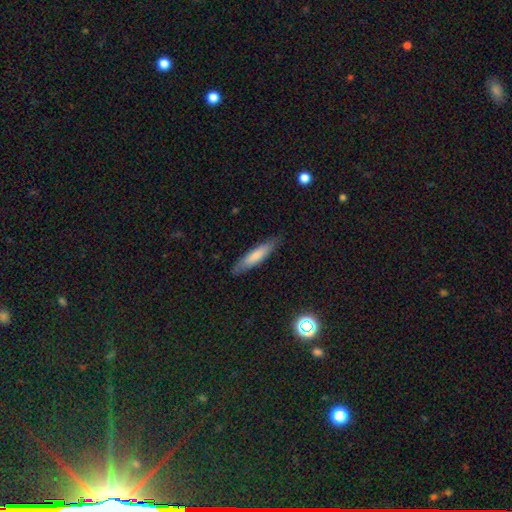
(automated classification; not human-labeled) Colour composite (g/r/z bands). It shows a smooth galaxy with no disk features (73%) that is cigar-shaped (78%). Merging: none (83%).